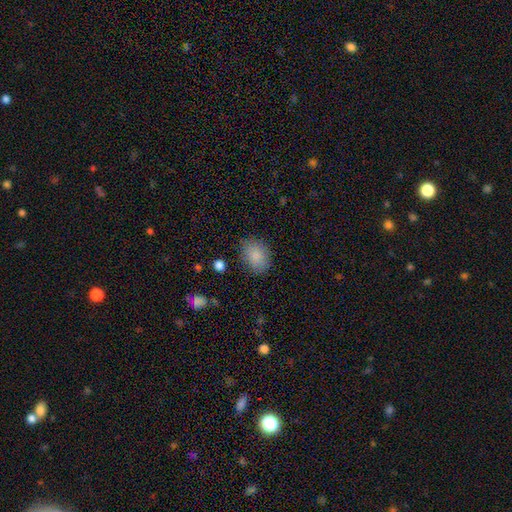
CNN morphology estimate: This is clearly a smooth galaxy (86%). How rounded: likely in between (61%). Merging: clearly none (80%).